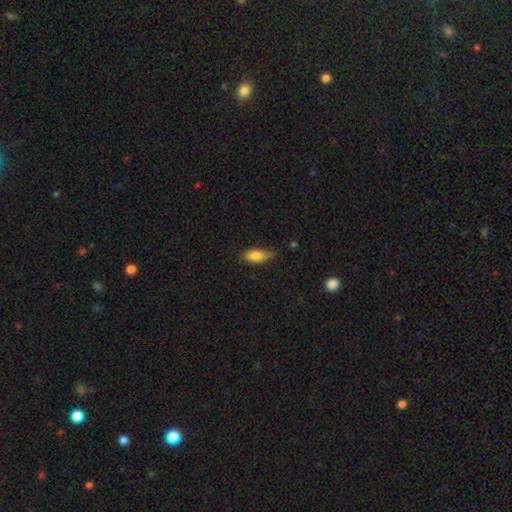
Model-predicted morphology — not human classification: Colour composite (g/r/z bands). It shows a smooth galaxy with no disk features (80%) that is in between round and cigar-shaped (81%). Merging: none (75%).